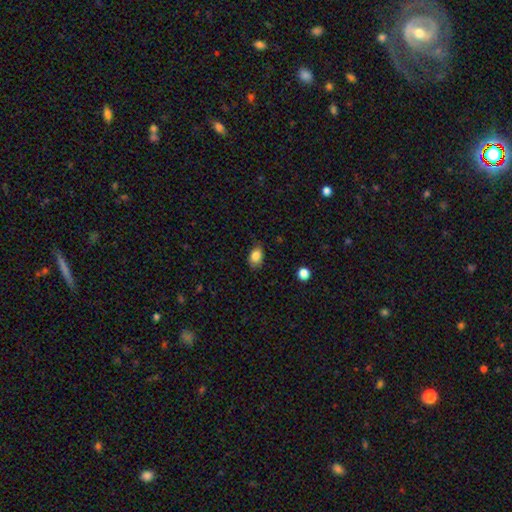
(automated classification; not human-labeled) A smooth galaxy with no disk features (85%) that is in between round and cigar-shaped (75%).

Vote fractions:
- Smooth or featured? smooth: 85% / star or artifact: 9% / featured or disk: 6%
- How rounded? in between: 75% / round: 24% / cigar-shaped: 1%
- Merging? none: 76% / minor disturbance: 20% / major disturbance: 3% / merger: 1%